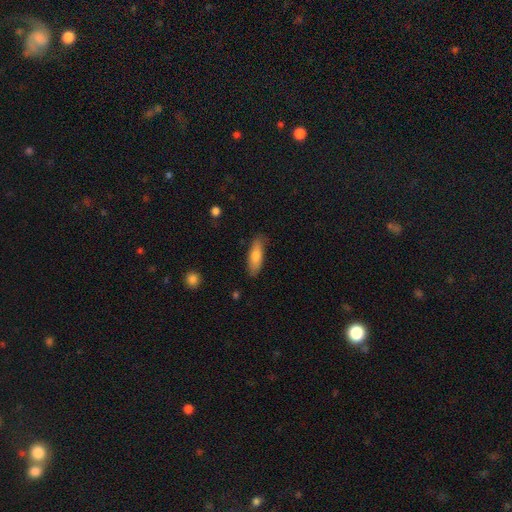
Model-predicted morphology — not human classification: Smooth or featured? Predicted: smooth (p=0.76). How rounded? Predicted: in between (p=0.53). Merging? Predicted: none (p=0.83).